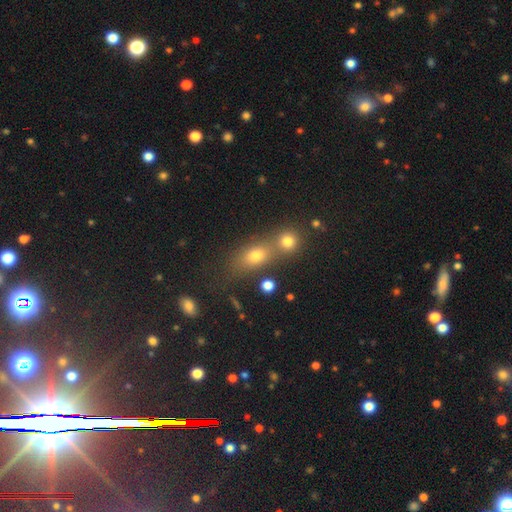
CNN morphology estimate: Smooth or featured? smooth (69%)
How rounded? in between (62%)
Merging? merger (44%)